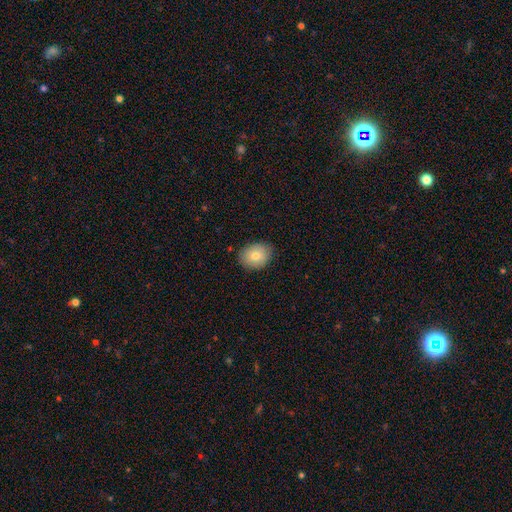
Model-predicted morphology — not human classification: Q: Smooth or featured?
A: smooth (78%); runner-up: featured or disk (14%)
Q: How rounded?
A: in between (55%); runner-up: round (44%)
Q: Merging?
A: none (84%); runner-up: minor disturbance (13%)